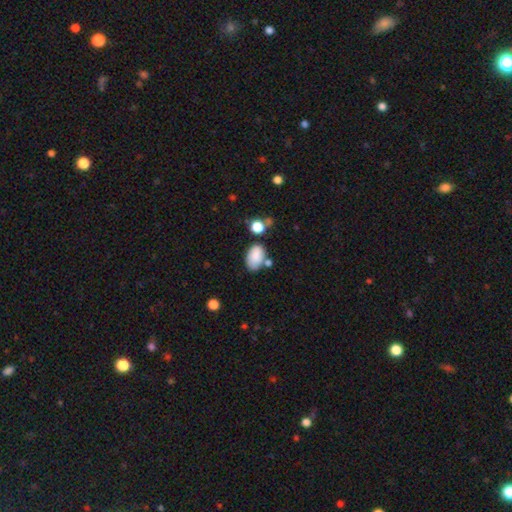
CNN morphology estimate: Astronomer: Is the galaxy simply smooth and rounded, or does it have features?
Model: smooth — 85%.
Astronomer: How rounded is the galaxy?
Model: in between — 90%.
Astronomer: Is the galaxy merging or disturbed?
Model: none — 58%.